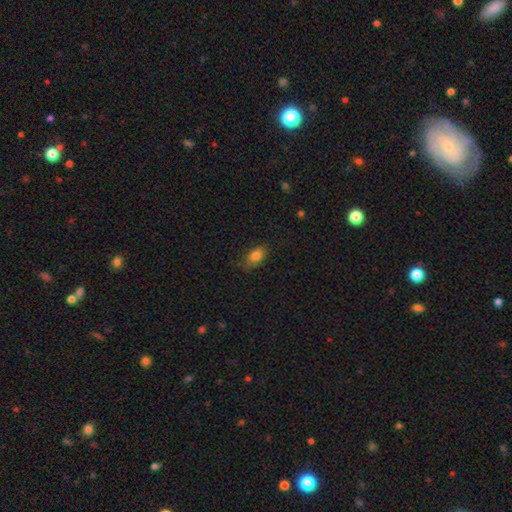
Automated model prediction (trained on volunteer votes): smooth-or-featured: smooth: 82% | star or artifact: 9% | featured or disk: 8%
  how-rounded: in between: 85% | round: 11% | cigar-shaped: 3%
  merging: none: 74% | minor disturbance: 20% | major disturbance: 4% | merger: 1%